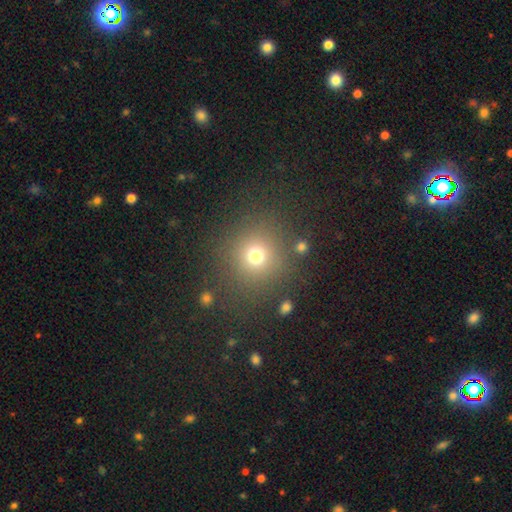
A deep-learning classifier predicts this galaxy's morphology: Smooth or featured? Predicted: smooth (p=0.72). How rounded? Predicted: round (p=0.89). Merging? Predicted: none (p=0.83).